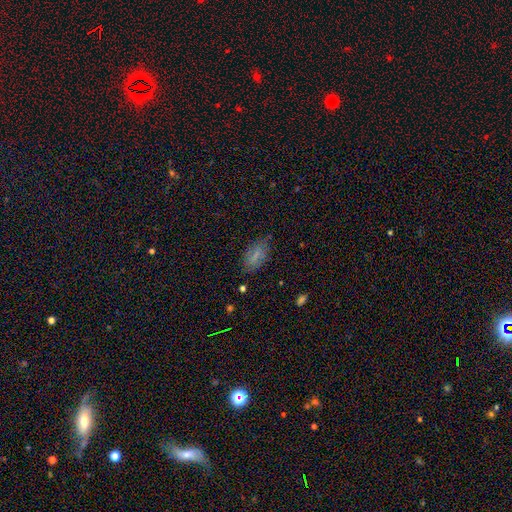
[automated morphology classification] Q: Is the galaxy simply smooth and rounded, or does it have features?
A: smooth — 69%.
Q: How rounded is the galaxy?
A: in between — 88%.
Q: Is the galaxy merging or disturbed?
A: none — 77%.